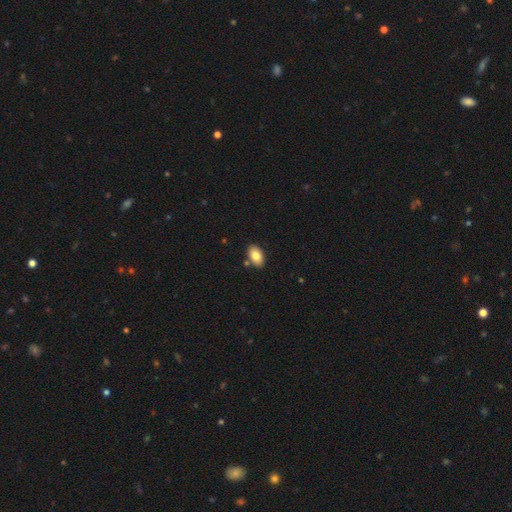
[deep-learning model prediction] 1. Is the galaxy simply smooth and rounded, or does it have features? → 83% smooth, 10% featured or disk, 7% star or artifact.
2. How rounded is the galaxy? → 91% in between, 8% round, 1% cigar-shaped.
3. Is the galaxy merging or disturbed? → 82% none, 10% minor disturbance, 6% merger, 2% major disturbance.